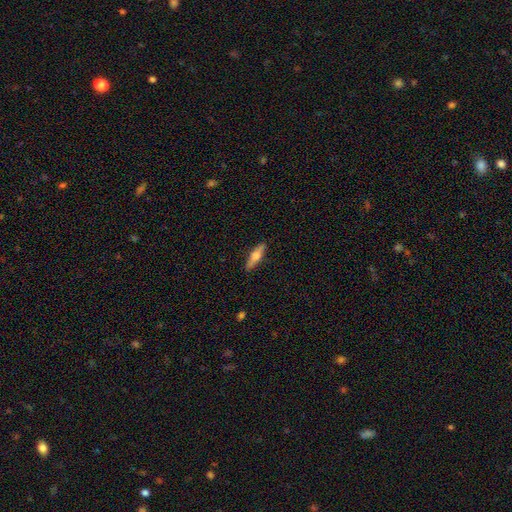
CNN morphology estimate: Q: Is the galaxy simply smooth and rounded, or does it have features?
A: featured or disk — 50%.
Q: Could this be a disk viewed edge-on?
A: yes — 95%.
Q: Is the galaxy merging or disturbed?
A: none — 90%.